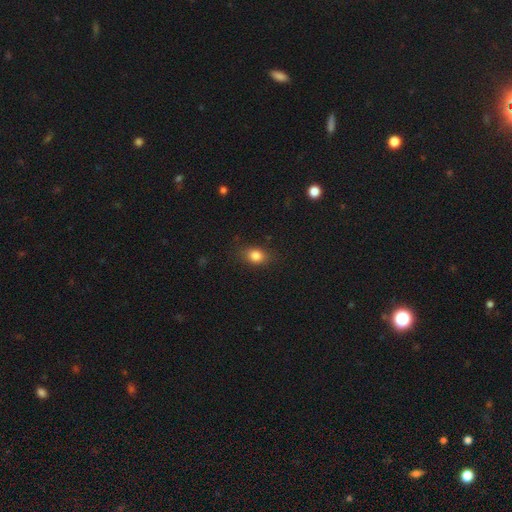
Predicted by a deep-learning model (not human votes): This appears to be a smooth galaxy with no disk features (83%) that is in between round and cigar-shaped (67%). Merging: none (82%).